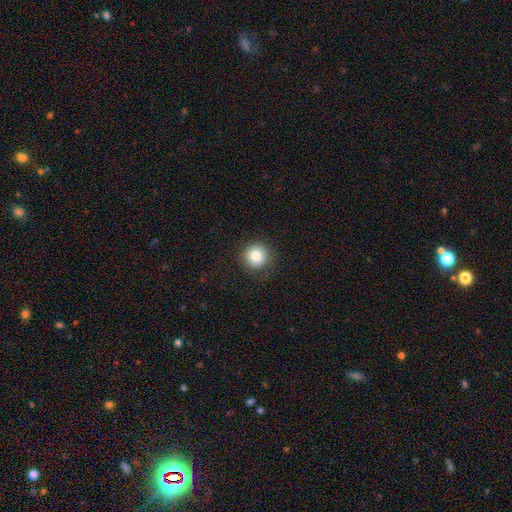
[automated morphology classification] A smooth galaxy with no disk features (82%) that is round (94%).

Vote fractions:
- Smooth or featured? smooth: 82% / star or artifact: 10% / featured or disk: 7%
- How rounded? round: 94% / in between: 5% / cigar-shaped: 1%
- Merging? none: 88% / minor disturbance: 8% / major disturbance: 3% / merger: 1%